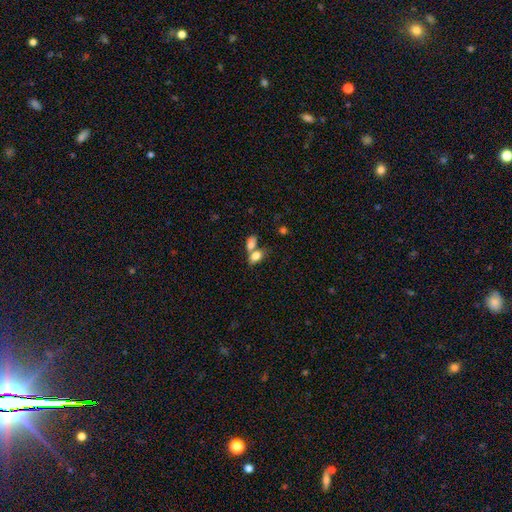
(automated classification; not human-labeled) smooth 79%, featured or disk 12%, star or artifact 9%. Down the decision tree: how rounded — in between (84%); merging — merger (51%).